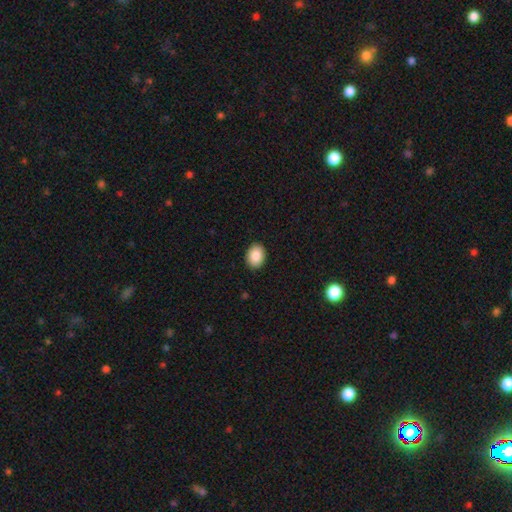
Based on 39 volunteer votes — smooth_or_featured: smooth (p=0.82) [alt: featured or disk p=0.10]
how_rounded: in between (p=0.81) [alt: round p=0.19]
merging: none (p=0.94) [alt: minor disturbance p=0.03]